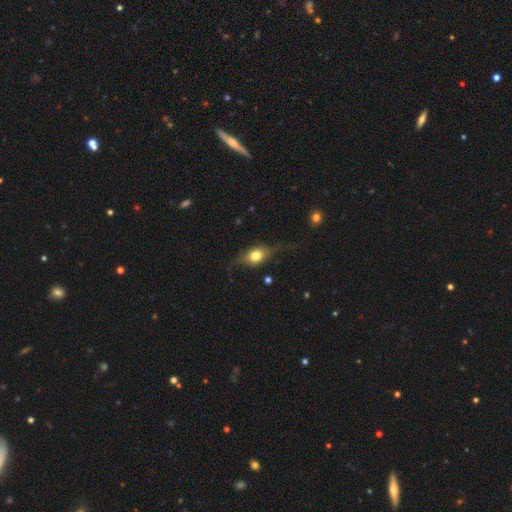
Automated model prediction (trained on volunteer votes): Overall: smooth (57%; featured or disk 34%). How rounded: in between (59%; round 31%). Merging: none (59%; minor disturbance 24%).